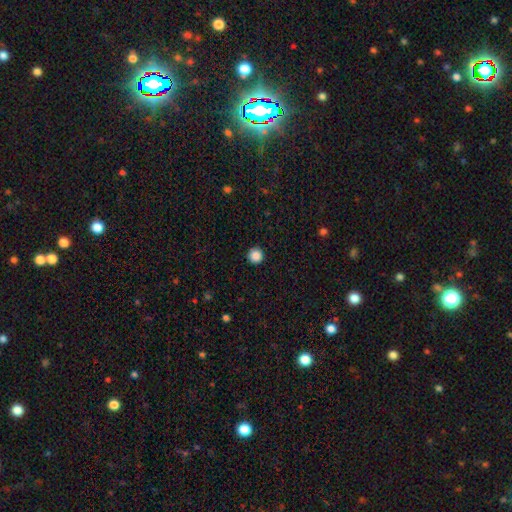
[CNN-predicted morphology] A smooth galaxy with no disk features (87%) that is round (96%). Merging: none (93%).